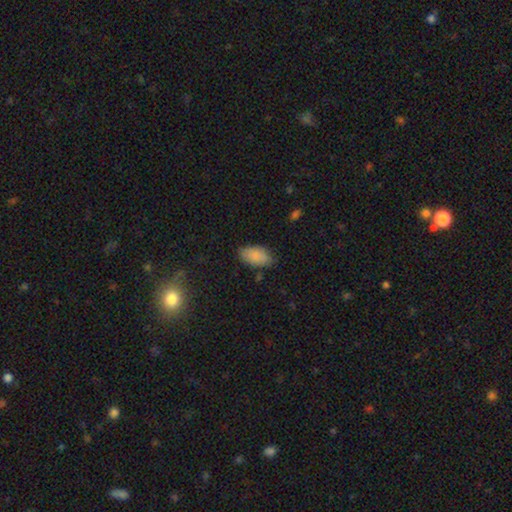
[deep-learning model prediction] Smooth or featured? smooth (87%)
How rounded? in between (94%)
Merging? none (77%)